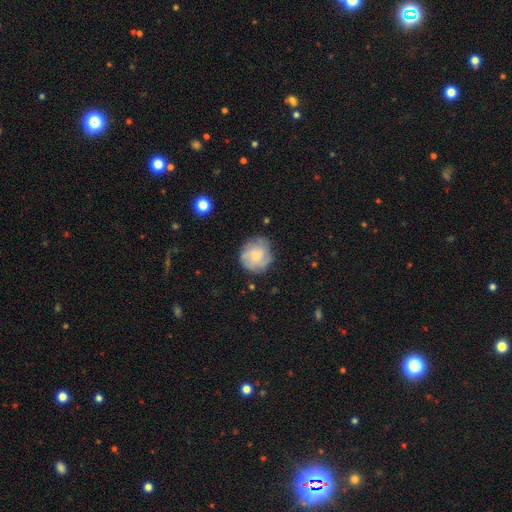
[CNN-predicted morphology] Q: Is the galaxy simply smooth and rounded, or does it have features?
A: smooth — 49%.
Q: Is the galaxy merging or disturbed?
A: none — 70%.